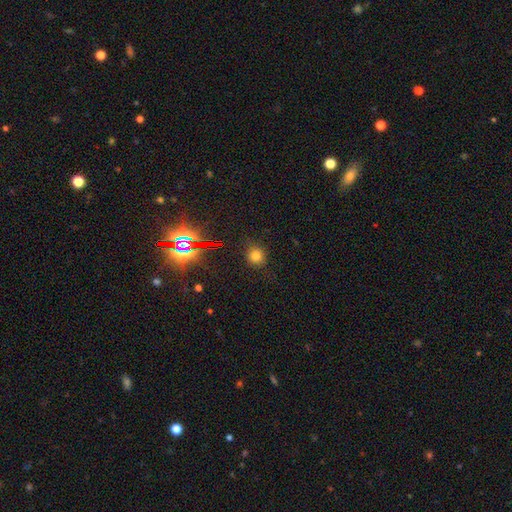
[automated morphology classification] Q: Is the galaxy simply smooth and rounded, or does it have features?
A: smooth — 73%.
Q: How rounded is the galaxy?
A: round — 86%.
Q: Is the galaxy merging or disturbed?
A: none — 85%.